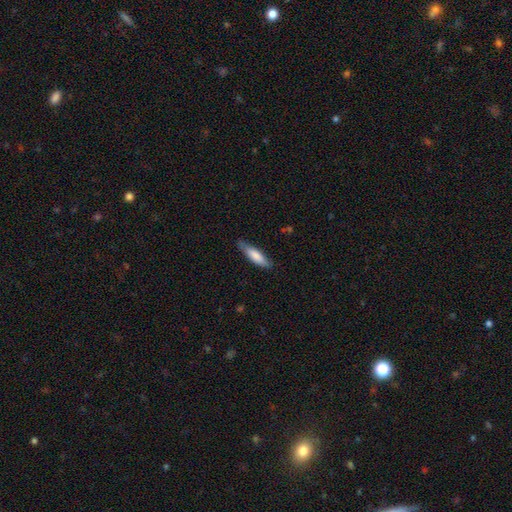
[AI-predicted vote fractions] A smooth galaxy with no disk features (77%) that is cigar-shaped (63%). Merging: none (75%).